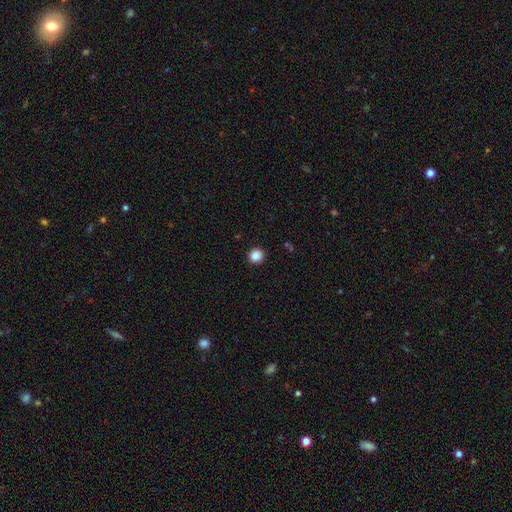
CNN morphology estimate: Smooth or featured?
  - smooth: 87% *
  - star or artifact: 10%
  - featured or disk: 2%
How rounded?
  - round: 92% *
  - in between: 7%
  - cigar-shaped: 1%
Merging?
  - none: 92% *
  - minor disturbance: 5%
  - major disturbance: 2%
  - merger: 1%